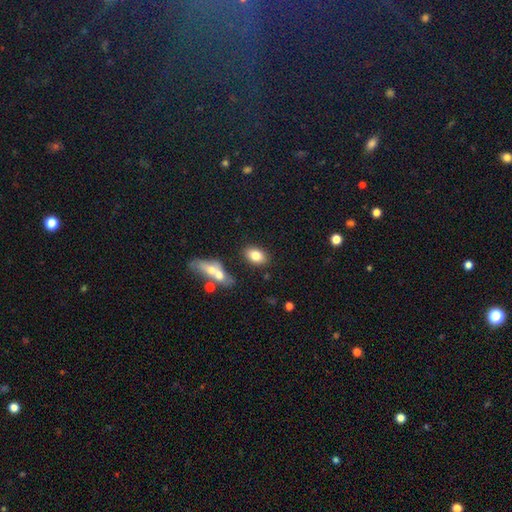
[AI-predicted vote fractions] Smooth or featured: smooth — 80% (featured or disk — 12%)
How rounded: in between — 86% (round — 12%)
Merging: none — 79% (minor disturbance — 11%)